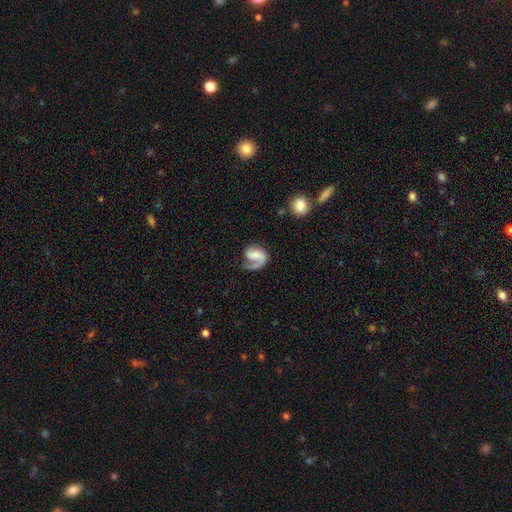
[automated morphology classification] type=featured or disk (72%); edge-on=no (98%); bar=weak (41%); spiral arms=yes (92%); winding=medium (40%); arm count=1 (67%); bulge=none (41%); merging=none (44%).